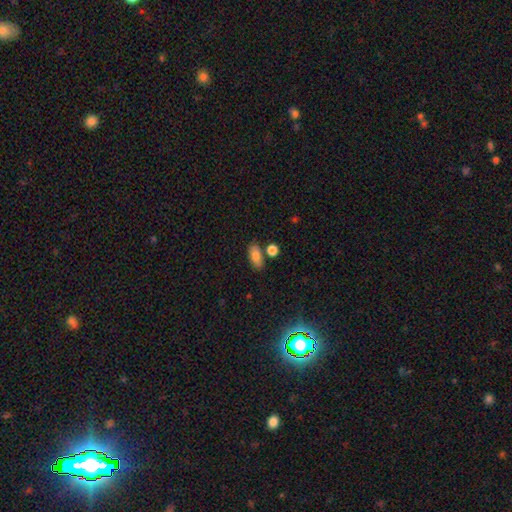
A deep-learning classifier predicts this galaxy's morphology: Smooth or featured? Predicted: smooth (p=0.82). How rounded? Predicted: in between (p=0.87). Merging? Predicted: none (p=0.72).